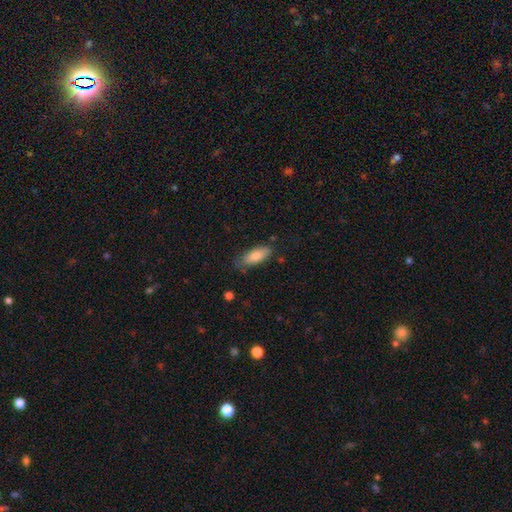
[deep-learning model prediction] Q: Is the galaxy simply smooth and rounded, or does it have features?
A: smooth — 81%.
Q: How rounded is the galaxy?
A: in between — 77%.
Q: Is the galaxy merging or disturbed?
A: none — 68%.